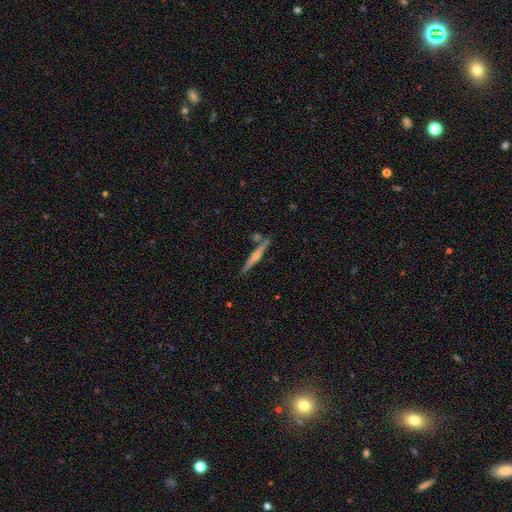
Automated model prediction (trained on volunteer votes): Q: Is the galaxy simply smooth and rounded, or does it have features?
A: featured or disk — 74%.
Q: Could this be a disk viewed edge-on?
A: yes — 98%.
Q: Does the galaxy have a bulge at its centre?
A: rounded — 84%.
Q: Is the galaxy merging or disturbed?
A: none — 85%.